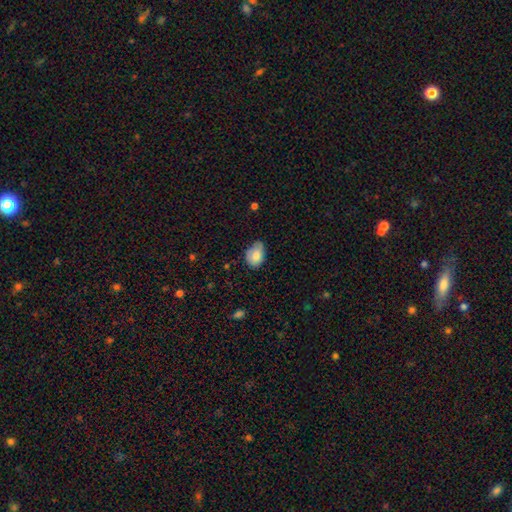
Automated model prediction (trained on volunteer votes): Overall: smooth (79%). How rounded: in between (78%). Merging: none (46%; minor disturbance 42%).